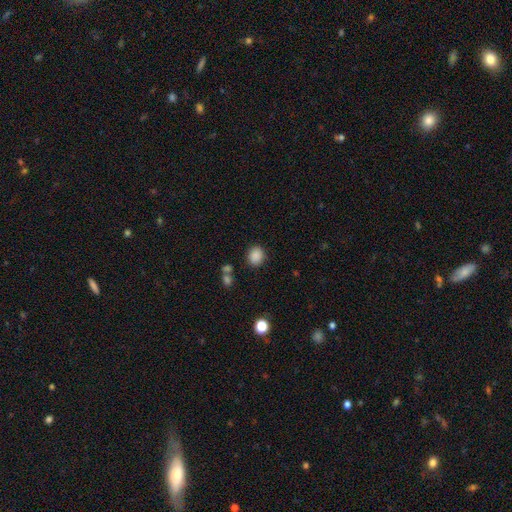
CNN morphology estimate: smooth 87%, star or artifact 10%, featured or disk 3%. Down the decision tree: how rounded — round (67%); merging — none (84%).